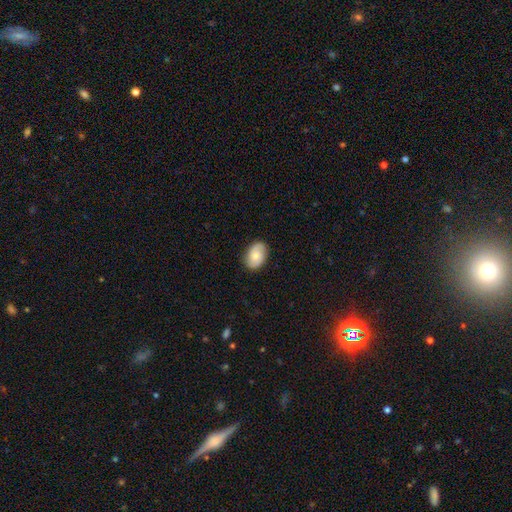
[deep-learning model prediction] A smooth galaxy with no disk features (65%) that is in between round and cigar-shaped (86%). Merging: none (83%).